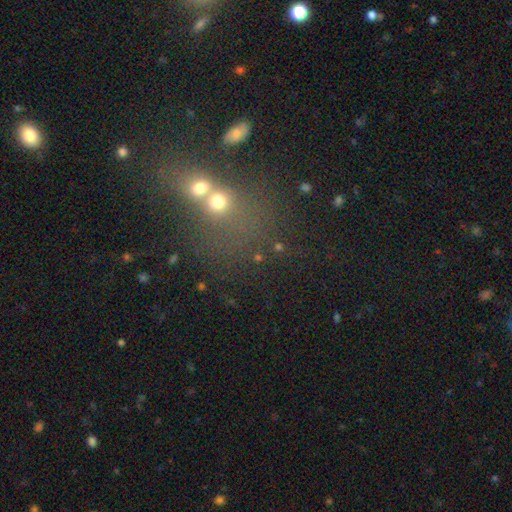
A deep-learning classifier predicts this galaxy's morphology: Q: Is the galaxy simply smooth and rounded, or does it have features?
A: star or artifact — 43%.